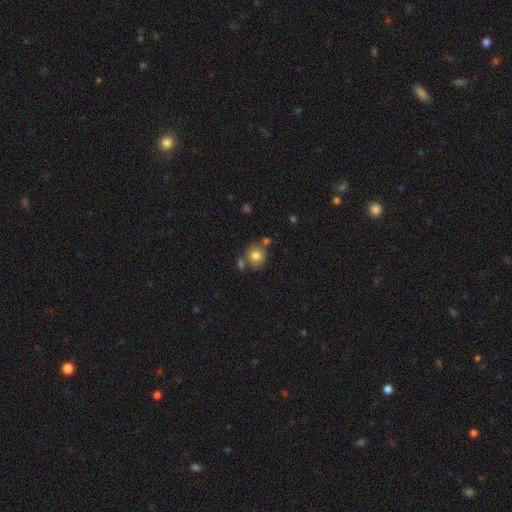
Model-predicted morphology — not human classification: smooth 77%, featured or disk 13%, star or artifact 10%. Down the decision tree: how rounded — round (85%); merging — none (67%).